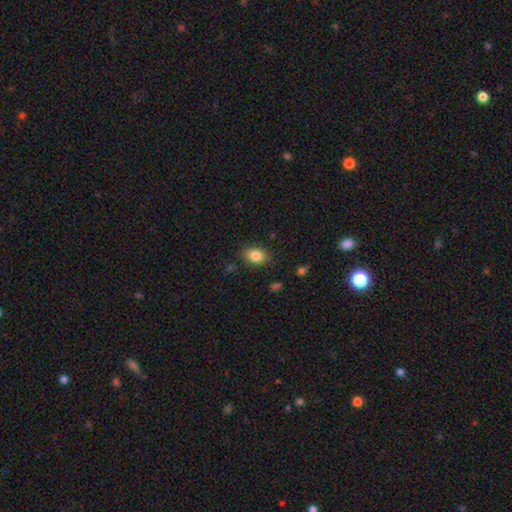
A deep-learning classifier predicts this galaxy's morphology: A smooth galaxy with no disk features (85%) that is in between round and cigar-shaped (71%). Merging: none (86%).